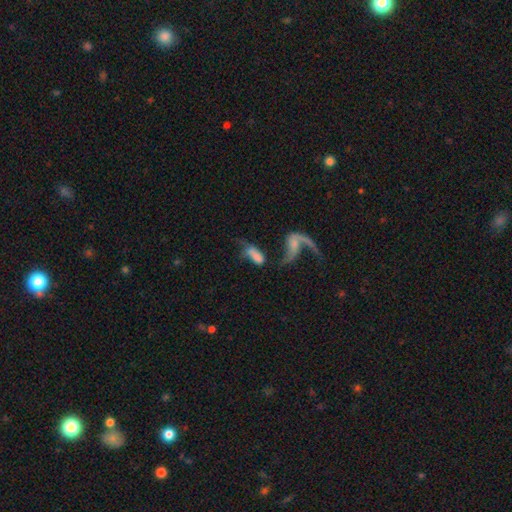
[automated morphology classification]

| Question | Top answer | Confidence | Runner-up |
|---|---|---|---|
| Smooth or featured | smooth | 54% | featured or disk (34%) |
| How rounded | in between | 79% | cigar-shaped (17%) |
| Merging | merger | 43% | major disturbance (27%) |